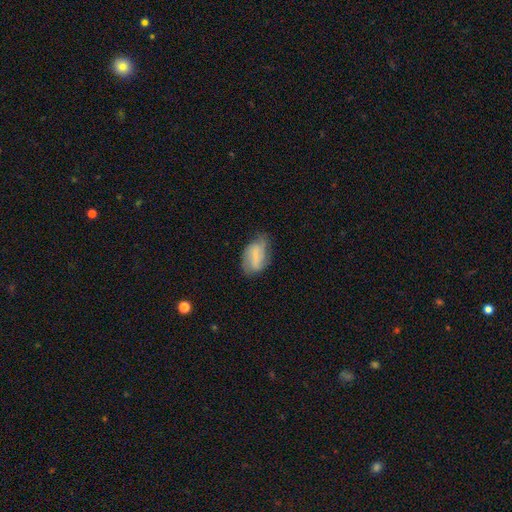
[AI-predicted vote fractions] smooth_or_featured: featured or disk (p=0.54) [alt: smooth p=0.38]
disk_edge_on: no (p=0.96) [alt: yes p=0.04]
bar: weak (p=0.48) [alt: no p=0.27]
has_spiral_arms: yes (p=0.84) [alt: no p=0.16]
bulge_size: small (p=0.59) [alt: none p=0.21]
merging: none (p=0.62) [alt: minor disturbance p=0.27]